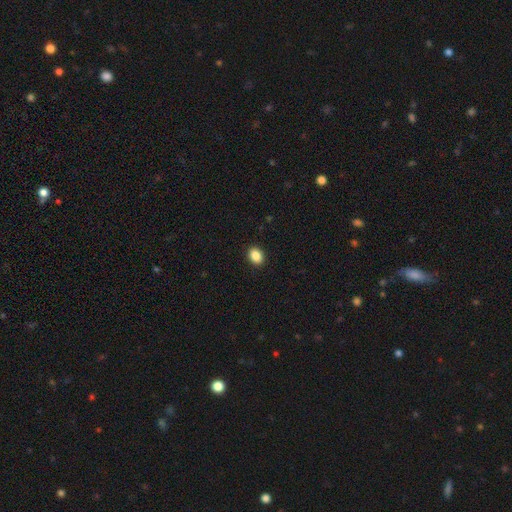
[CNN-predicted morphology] Smooth or featured? Predicted: smooth (p=0.88). How rounded? Predicted: in between (p=0.68). Merging? Predicted: none (p=0.91).